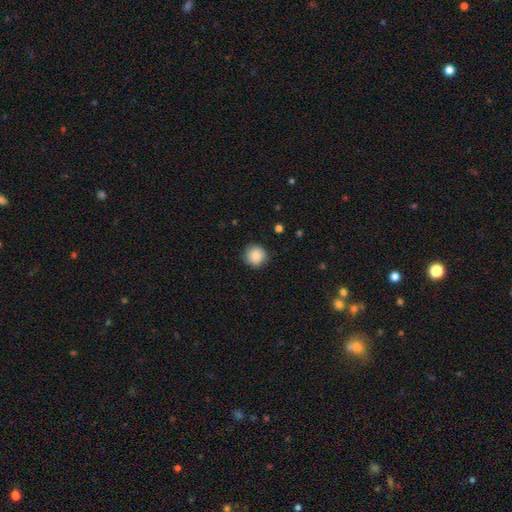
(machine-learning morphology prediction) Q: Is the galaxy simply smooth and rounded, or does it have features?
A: smooth — 88%.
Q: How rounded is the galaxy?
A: round — 94%.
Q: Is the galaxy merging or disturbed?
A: none — 88%.